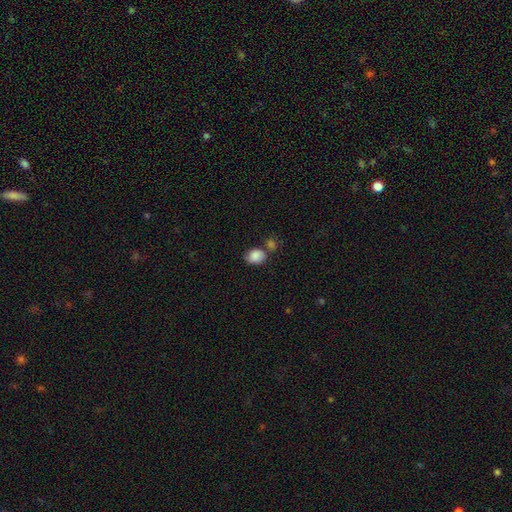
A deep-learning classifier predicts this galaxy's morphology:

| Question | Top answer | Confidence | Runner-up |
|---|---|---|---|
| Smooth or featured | smooth | 85% | star or artifact (8%) |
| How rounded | in between | 65% | round (34%) |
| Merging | none | 54% | merger (21%) |